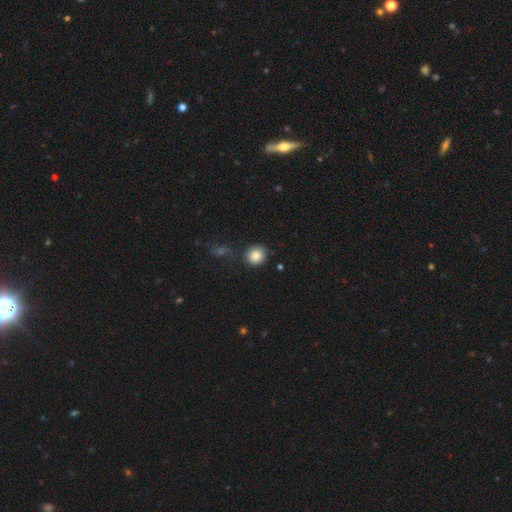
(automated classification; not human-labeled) smooth 87%, star or artifact 9%, featured or disk 4%. Down the decision tree: how rounded — round (83%); merging — none (77%).